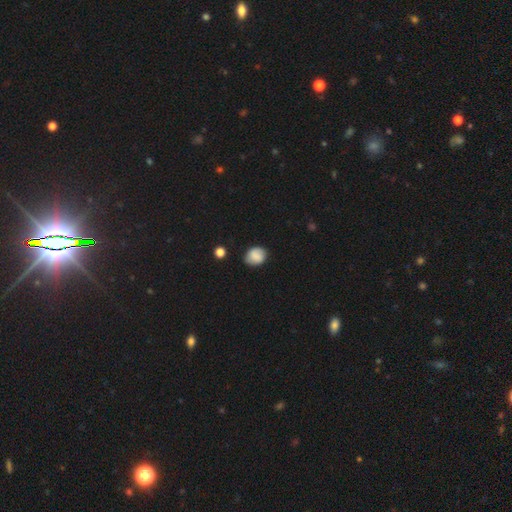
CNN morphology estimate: smooth-or-featured: smooth: 83% | featured or disk: 9% | star or artifact: 8%
  how-rounded: round: 58% | in between: 41% | cigar-shaped: 1%
  merging: none: 77% | minor disturbance: 18% | major disturbance: 3% | merger: 2%